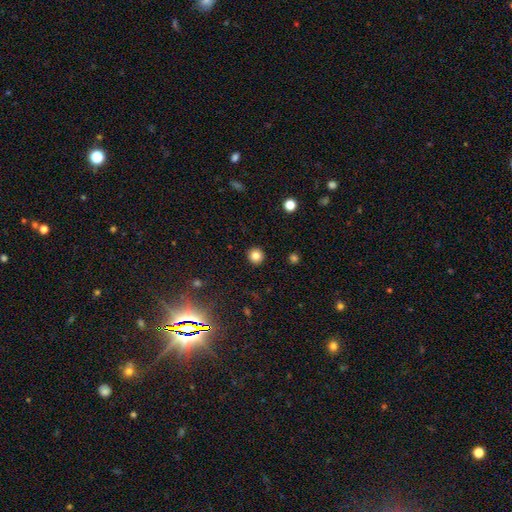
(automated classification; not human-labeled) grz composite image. It shows a smooth galaxy with no disk features (83%) that is round (95%). Merging: none (93%).